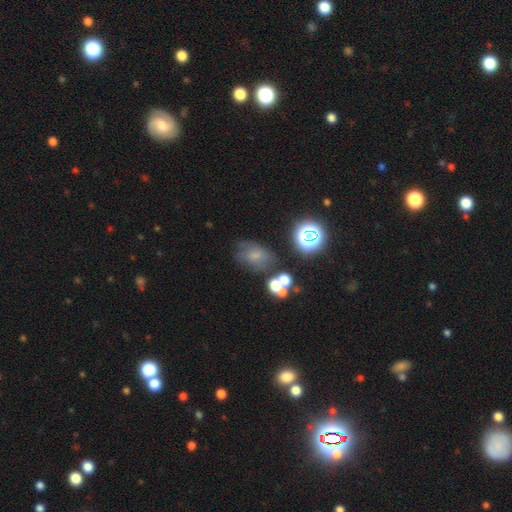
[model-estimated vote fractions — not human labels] Overall: smooth (54%; star or artifact 24%). How rounded: in between (72%). Merging: none (53%; minor disturbance 22%).